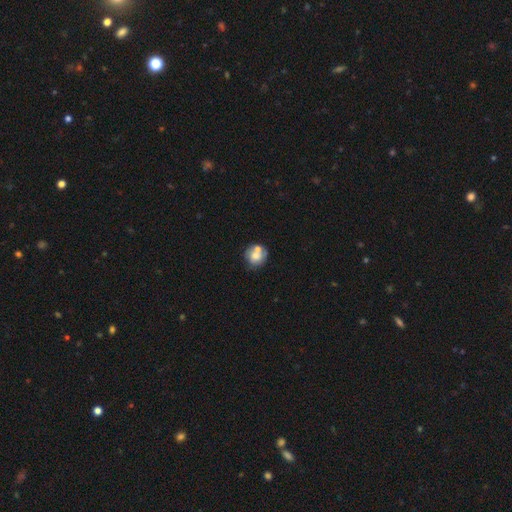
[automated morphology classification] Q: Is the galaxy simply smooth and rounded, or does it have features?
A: smooth — 64%.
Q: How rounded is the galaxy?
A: round — 80%.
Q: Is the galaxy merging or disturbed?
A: none — 47%.